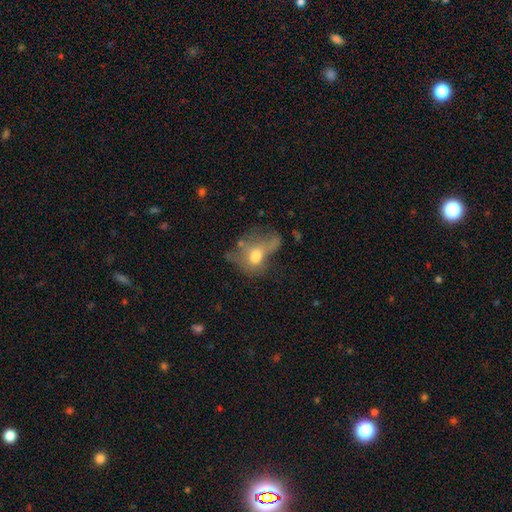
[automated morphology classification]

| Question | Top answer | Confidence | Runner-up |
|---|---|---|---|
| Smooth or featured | smooth | 50% | featured or disk (37%) |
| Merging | major disturbance | 46% | none (24%) |